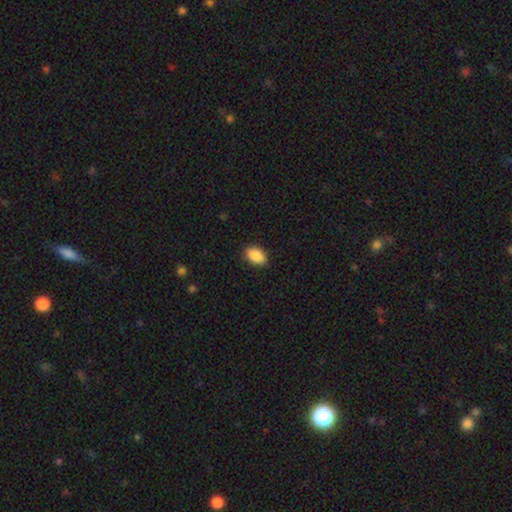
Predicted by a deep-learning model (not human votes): Overall: smooth (90%). How rounded: in between (91%). Merging: none (87%).